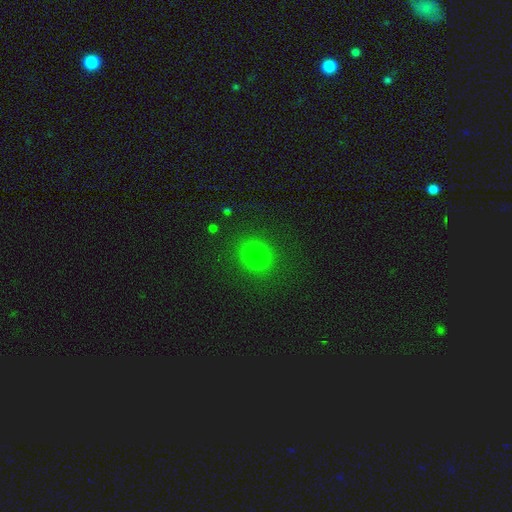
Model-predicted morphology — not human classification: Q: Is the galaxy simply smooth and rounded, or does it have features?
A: smooth — 77%.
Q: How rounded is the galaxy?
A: round — 72%.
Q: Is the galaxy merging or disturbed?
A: none — 87%.